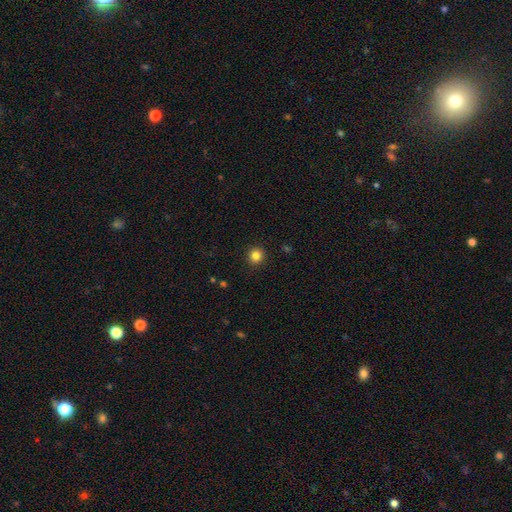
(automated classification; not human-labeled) This appears to be a smooth galaxy with no disk features (83%) that is round (93%). Merging: none (93%).